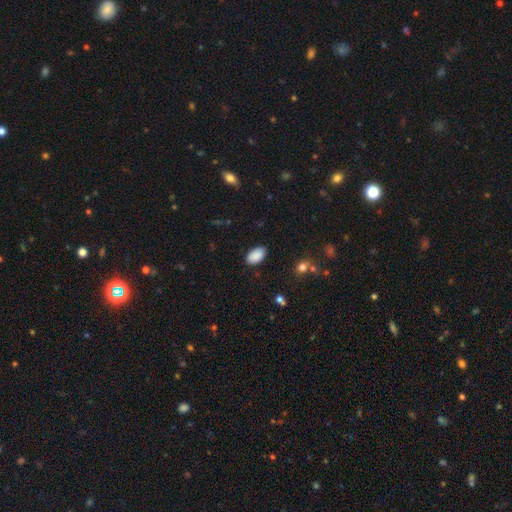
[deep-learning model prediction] Smooth or featured? smooth (89%)
How rounded? in between (94%)
Merging? none (86%)